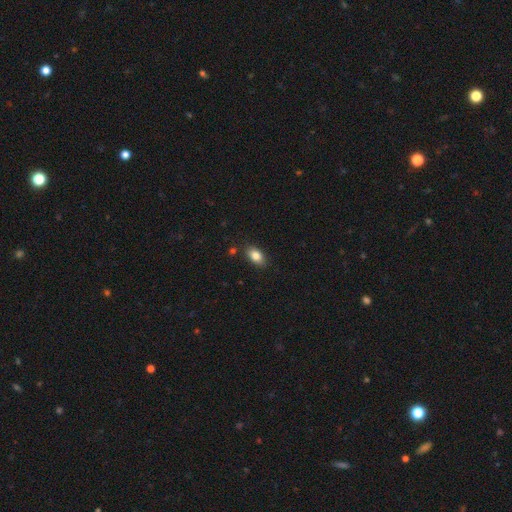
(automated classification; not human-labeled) Q: Smooth or featured?
A: smooth (84%); runner-up: star or artifact (8%)
Q: How rounded?
A: in between (88%); runner-up: round (9%)
Q: Merging?
A: none (84%); runner-up: minor disturbance (11%)